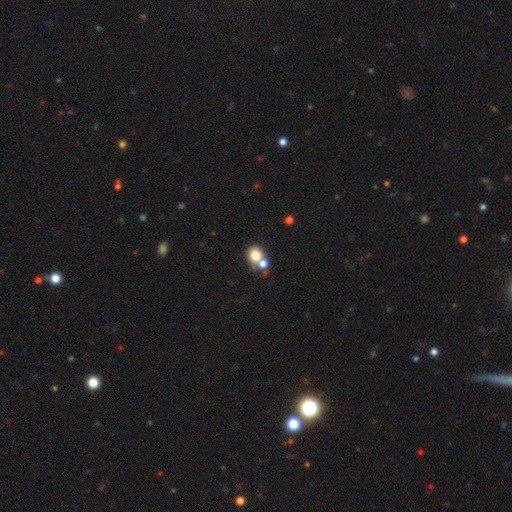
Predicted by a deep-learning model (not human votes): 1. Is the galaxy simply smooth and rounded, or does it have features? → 78% smooth, 11% featured or disk, 11% star or artifact.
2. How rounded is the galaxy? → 75% round, 24% in between, 1% cigar-shaped.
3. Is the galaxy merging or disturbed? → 49% merger, 38% none, 9% minor disturbance, 4% major disturbance.